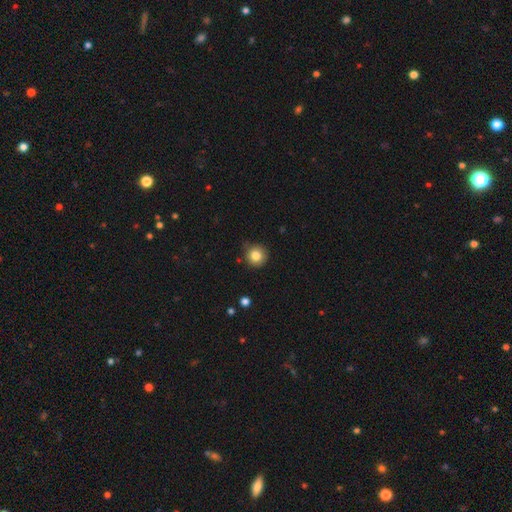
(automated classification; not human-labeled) Smooth or featured? Predicted: smooth (p=0.82). How rounded? Predicted: round (p=0.94). Merging? Predicted: none (p=0.83).